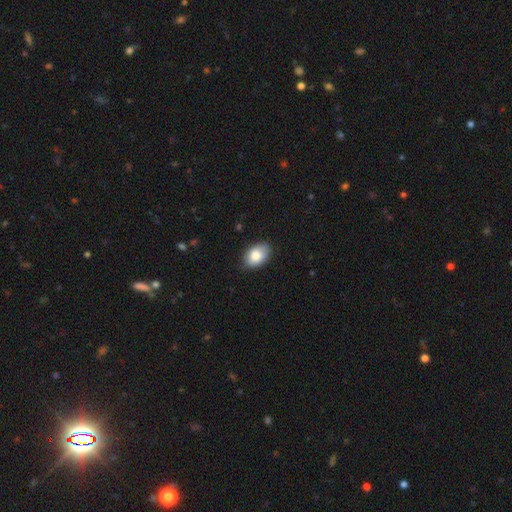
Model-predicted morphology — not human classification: Smooth or featured: smooth — 83% (featured or disk — 10%)
How rounded: in between — 89% (round — 10%)
Merging: none — 81% (minor disturbance — 16%)